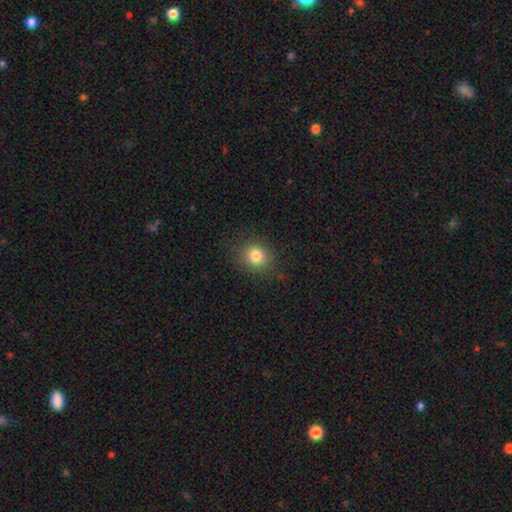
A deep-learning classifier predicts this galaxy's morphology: Q: Smooth or featured?
A: smooth (81%); runner-up: star or artifact (12%)
Q: How rounded?
A: round (74%); runner-up: in between (25%)
Q: Merging?
A: none (85%); runner-up: minor disturbance (10%)